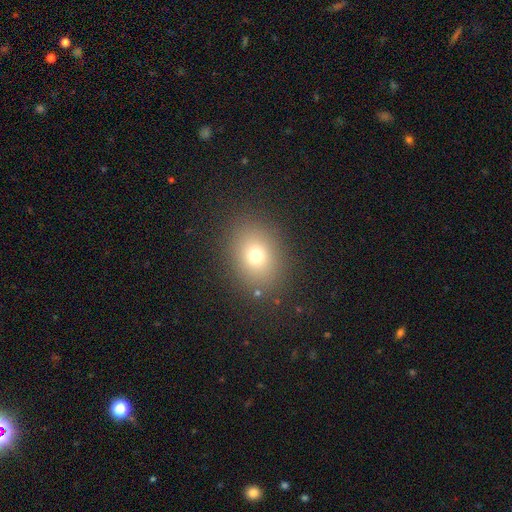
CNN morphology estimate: This is likely a smooth galaxy (71%). How rounded: possibly round (50%). Merging: clearly none (86%).